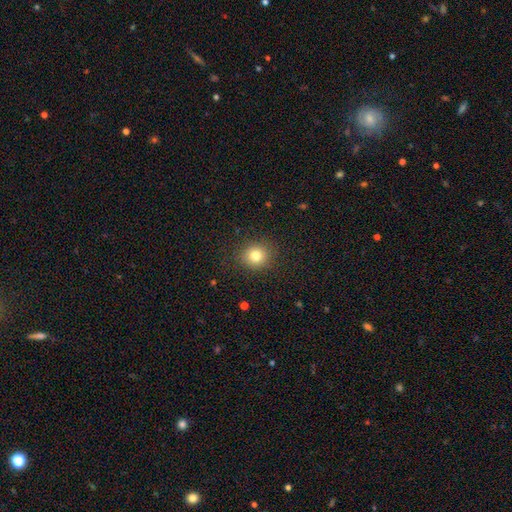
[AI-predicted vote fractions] Smooth or featured?
  - smooth: 80% *
  - star or artifact: 12%
  - featured or disk: 8%
How rounded?
  - round: 84% *
  - in between: 15%
  - cigar-shaped: 1%
Merging?
  - none: 88% *
  - minor disturbance: 8%
  - major disturbance: 3%
  - merger: 1%